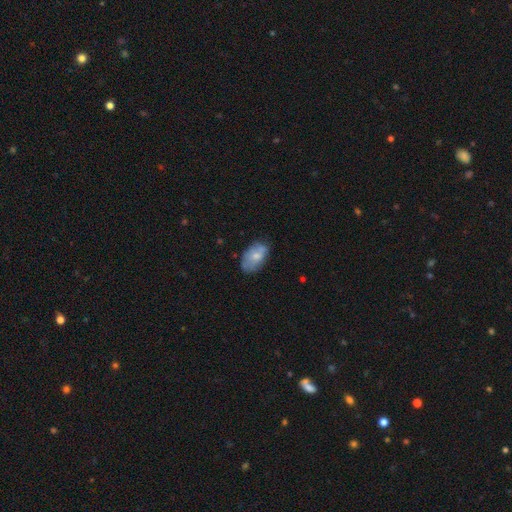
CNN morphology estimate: The model was most divided on "merging": none: 63%, minor disturbance: 26%, major disturbance: 6%, merger: 4%. More confident: how rounded — in between (91%); smooth or featured — smooth (67%).